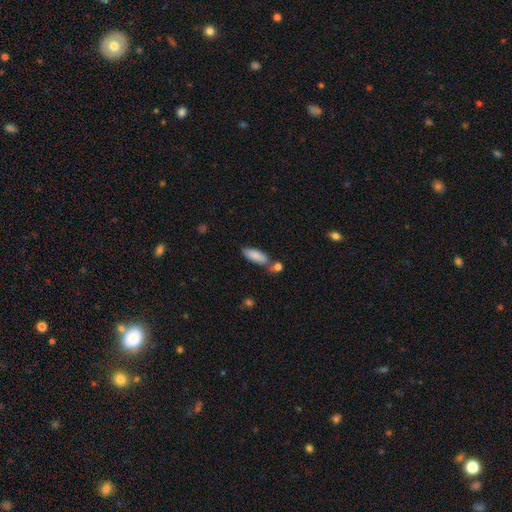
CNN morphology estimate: Smooth or featured?
  - smooth: 86% *
  - featured or disk: 8%
  - star or artifact: 6%
How rounded?
  - in between: 73% *
  - cigar-shaped: 25%
  - round: 2%
Merging?
  - none: 57% *
  - merger: 22%
  - minor disturbance: 17%
  - major disturbance: 5%